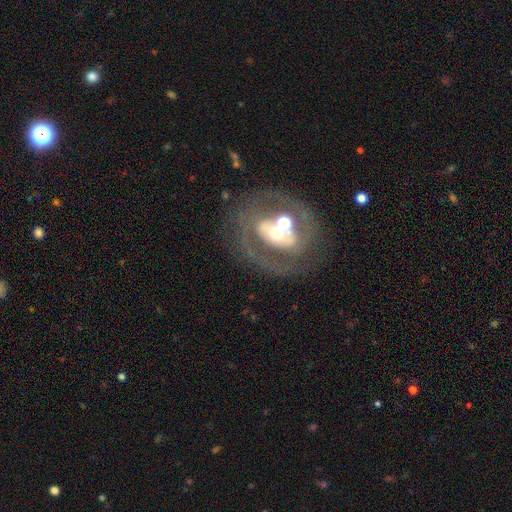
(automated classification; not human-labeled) Morphology: type=featured or disk (77%); edge-on=no (95%); bar=weak (34%); spiral arms=yes (69%); winding=tight (52%); arm count=2 (56%); bulge=moderate (54%); merging=none (65%).